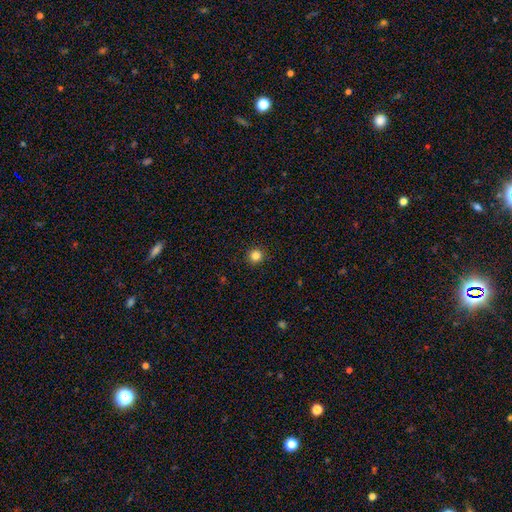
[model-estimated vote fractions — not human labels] smooth-or-featured: smooth: 84% | star or artifact: 12% | featured or disk: 4%
  how-rounded: round: 95% | in between: 4% | cigar-shaped: 1%
  merging: none: 93% | minor disturbance: 5% | major disturbance: 2% | merger: 1%